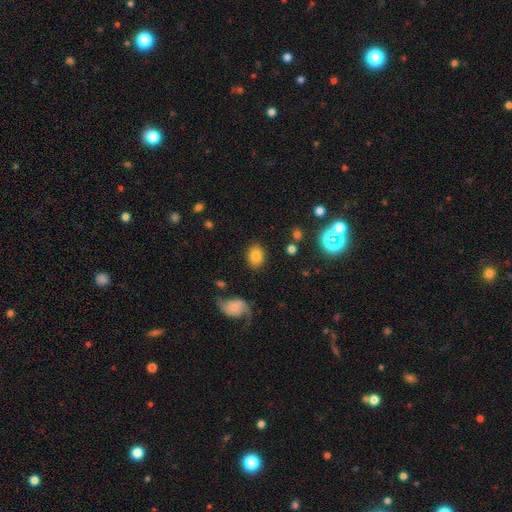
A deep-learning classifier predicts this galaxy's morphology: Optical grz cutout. It shows a smooth galaxy with no disk features (80%) that is in between round and cigar-shaped (64%). Merging: none (85%).